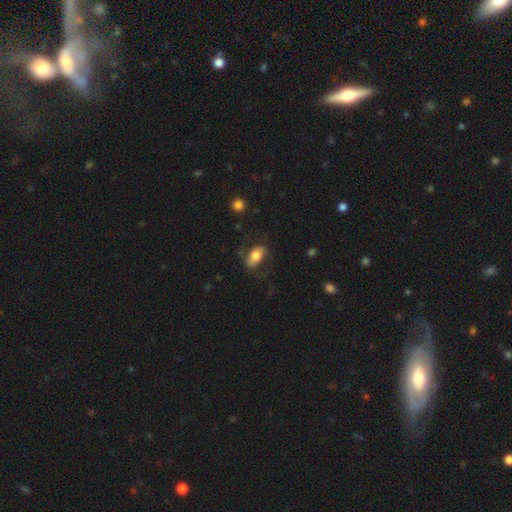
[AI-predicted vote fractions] This appears to be a smooth galaxy with no disk features (64%) that is in between round and cigar-shaped (88%). Merging: none (66%).